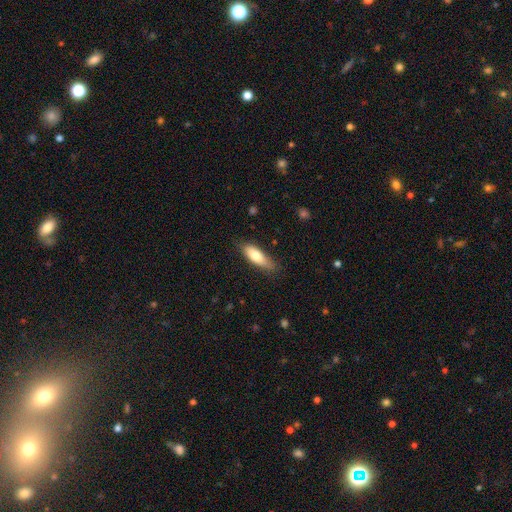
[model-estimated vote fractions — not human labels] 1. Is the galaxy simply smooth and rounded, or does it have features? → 75% smooth, 19% featured or disk, 6% star or artifact.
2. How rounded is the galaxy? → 57% in between, 41% cigar-shaped, 2% round.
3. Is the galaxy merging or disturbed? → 74% none, 21% minor disturbance, 4% major disturbance, 1% merger.